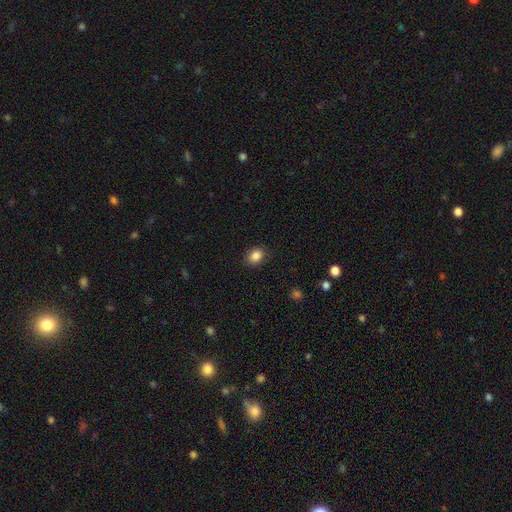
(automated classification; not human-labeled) A smooth galaxy with no disk features (86%) that is in between round and cigar-shaped (50%).

Vote fractions:
- Smooth or featured? smooth: 86% / star or artifact: 10% / featured or disk: 4%
- How rounded? in between: 50% / round: 49% / cigar-shaped: 1%
- Merging? none: 87% / minor disturbance: 9% / major disturbance: 2% / merger: 1%